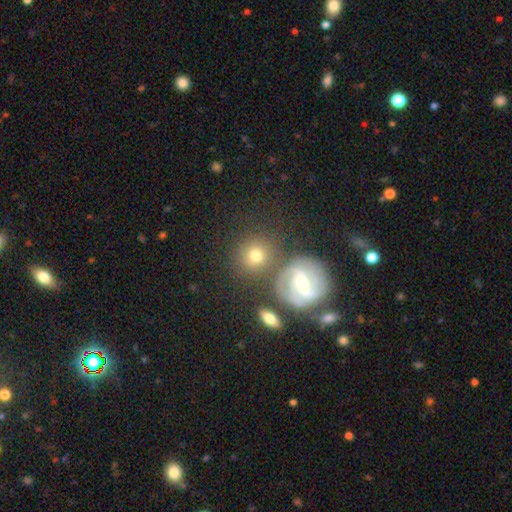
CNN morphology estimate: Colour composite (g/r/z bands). It shows a smooth galaxy with no disk features (57%) that is round (83%). Merging: none (72%).